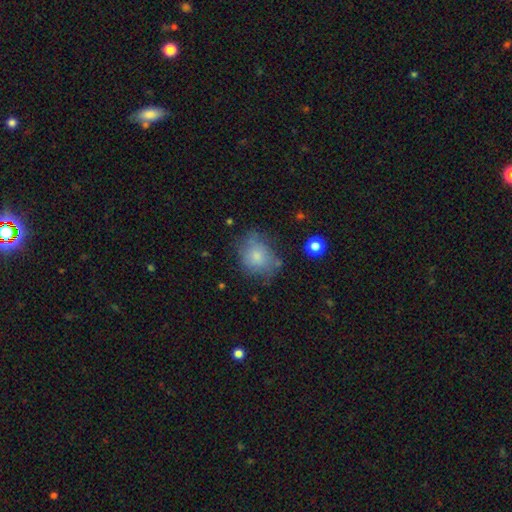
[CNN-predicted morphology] This appears to be a smooth galaxy with no disk features (67%) that is round (58%). Merging: none (61%).